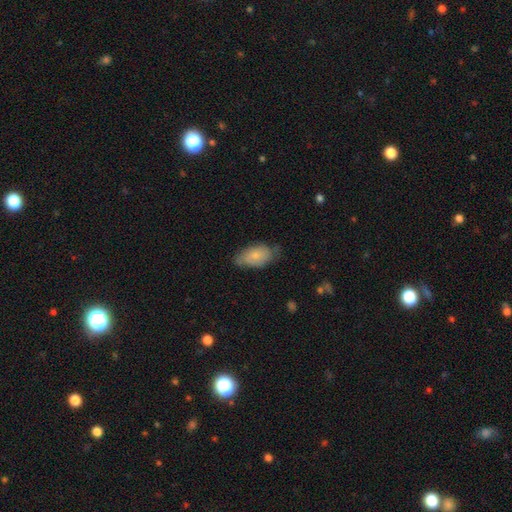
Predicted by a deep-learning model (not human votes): The model was most divided on "merging": none: 54%, minor disturbance: 36%, major disturbance: 8%, merger: 2%. More confident: how rounded — in between (93%); smooth or featured — smooth (71%).